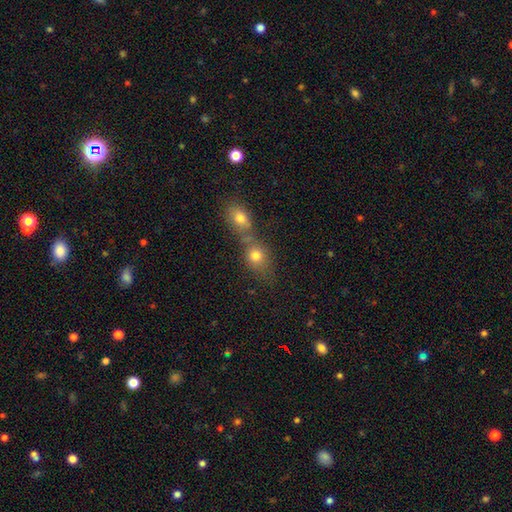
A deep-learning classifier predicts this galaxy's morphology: type=smooth (77%); roundness=round (58%); merging=merger (56%).